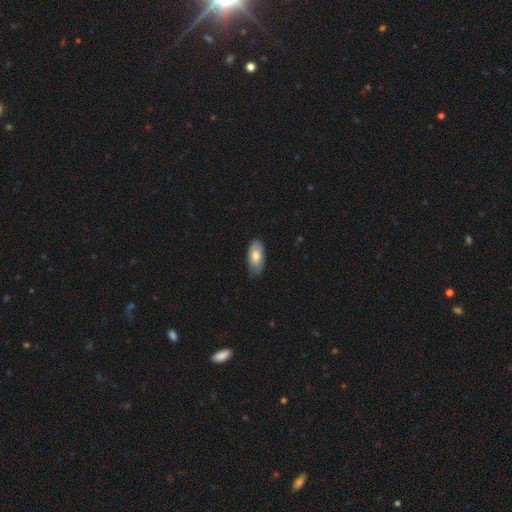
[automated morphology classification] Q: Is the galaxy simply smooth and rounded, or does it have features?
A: smooth — 75%.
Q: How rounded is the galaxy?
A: in between — 92%.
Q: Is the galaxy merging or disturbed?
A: none — 79%.